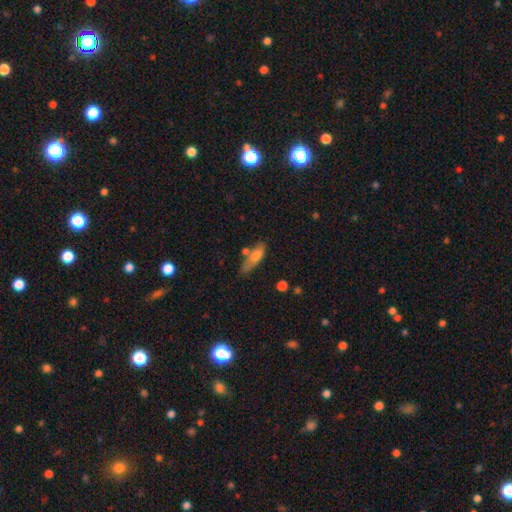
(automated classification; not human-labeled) Smooth or featured?
  - smooth: 68% *
  - featured or disk: 25%
  - star or artifact: 7%
How rounded?
  - in between: 56% *
  - cigar-shaped: 41%
  - round: 3%
Merging?
  - none: 46% *
  - minor disturbance: 26%
  - merger: 17%
  - major disturbance: 10%